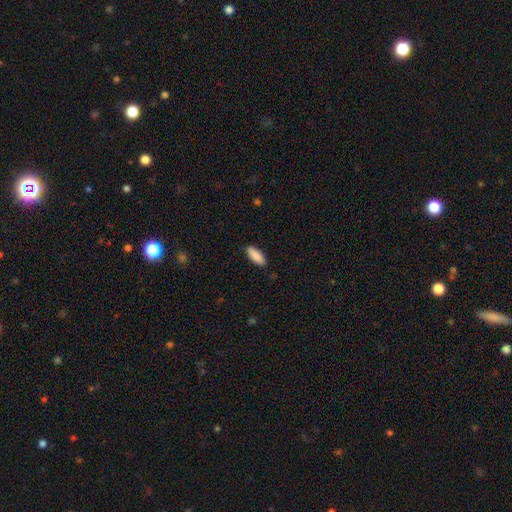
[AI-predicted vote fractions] This is clearly a smooth galaxy (88%). How rounded: likely in between (69%). Merging: clearly none (88%).